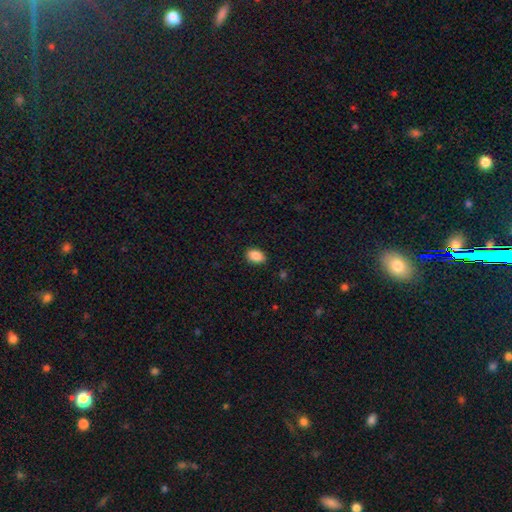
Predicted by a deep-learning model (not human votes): Overall: smooth (87%). How rounded: in between (86%). Merging: none (88%).